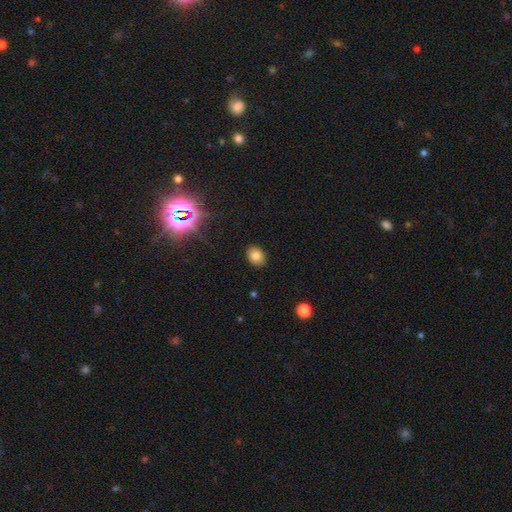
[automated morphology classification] The model was most divided on "how rounded": in between: 54%, round: 45%, cigar-shaped: 1%. More confident: merging — none (89%); smooth or featured — smooth (80%).